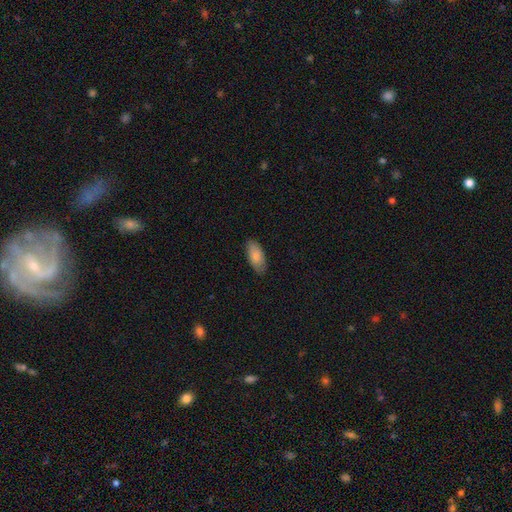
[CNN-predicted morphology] Smooth or featured?
  - smooth: 83% *
  - featured or disk: 11%
  - star or artifact: 6%
How rounded?
  - in between: 90% *
  - cigar-shaped: 8%
  - round: 2%
Merging?
  - none: 85% *
  - minor disturbance: 12%
  - major disturbance: 2%
  - merger: 1%